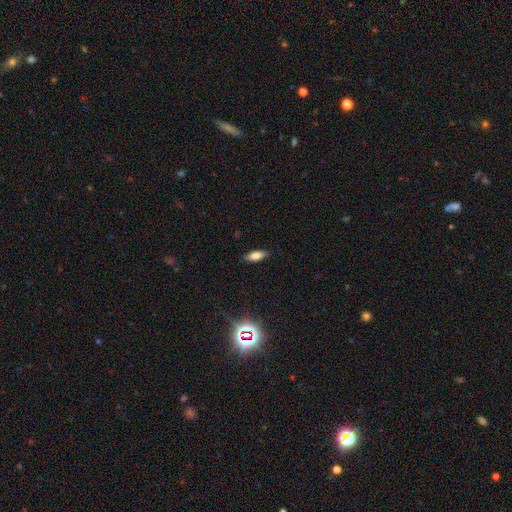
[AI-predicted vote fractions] Smooth or featured? smooth (75%)
How rounded? in between (67%)
Merging? none (87%)